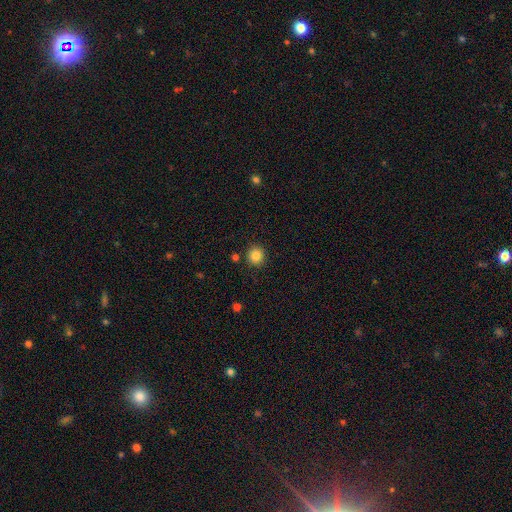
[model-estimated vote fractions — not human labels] The model was most divided on "smooth or featured": smooth: 85%, star or artifact: 11%, featured or disk: 4%. More confident: how rounded — round (90%); merging — none (88%).